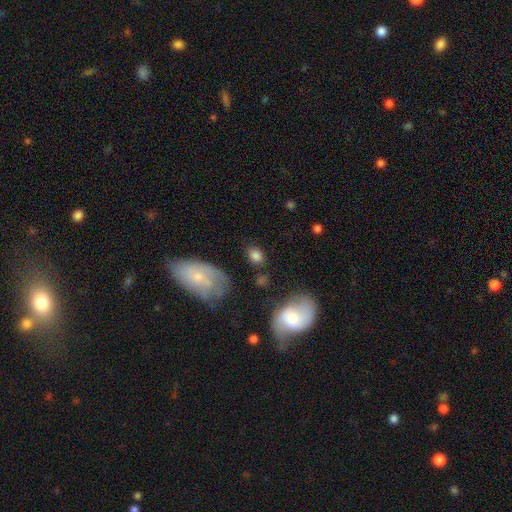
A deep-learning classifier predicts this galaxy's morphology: Smooth or featured?
  - smooth: 79% *
  - featured or disk: 12%
  - star or artifact: 9%
How rounded?
  - in between: 70% *
  - round: 28%
  - cigar-shaped: 2%
Merging?
  - none: 73% *
  - minor disturbance: 15%
  - major disturbance: 6%
  - merger: 5%